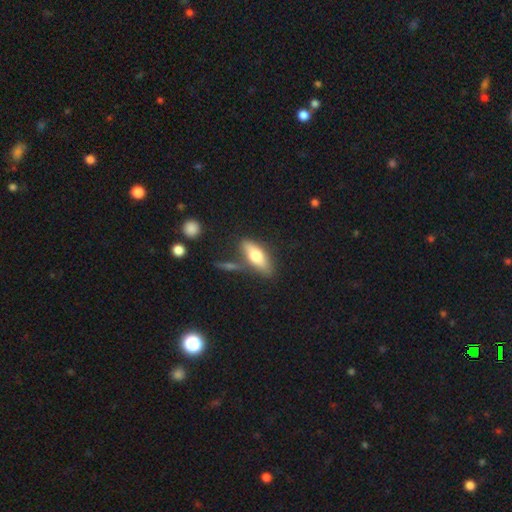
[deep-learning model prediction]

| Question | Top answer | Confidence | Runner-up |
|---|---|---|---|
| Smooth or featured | smooth | 65% | featured or disk (28%) |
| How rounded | in between | 67% | cigar-shaped (30%) |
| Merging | none | 65% | minor disturbance (17%) |